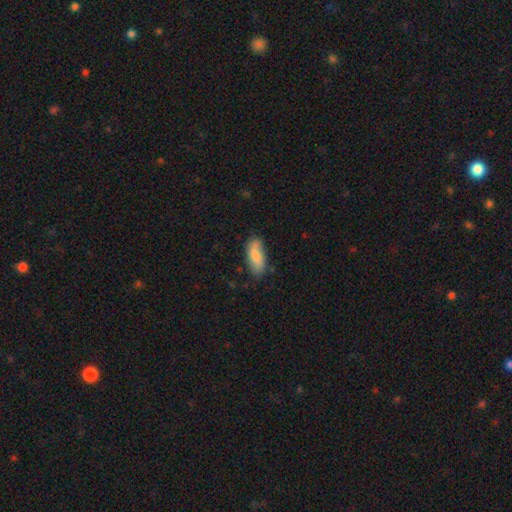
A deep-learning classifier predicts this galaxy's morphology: Overall: smooth (74%). How rounded: in between (79%). Merging: none (74%).